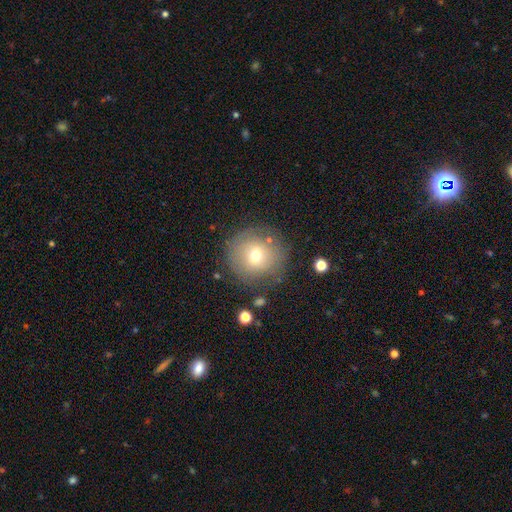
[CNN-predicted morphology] Smooth or featured: smooth — 65% (featured or disk — 23%)
How rounded: round — 94% (in between — 5%)
Merging: none — 78% (minor disturbance — 13%)